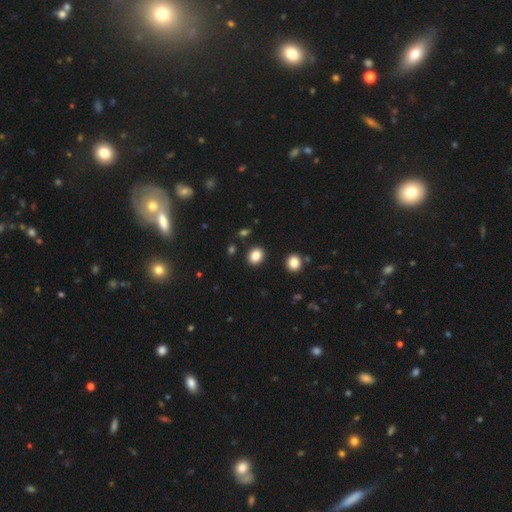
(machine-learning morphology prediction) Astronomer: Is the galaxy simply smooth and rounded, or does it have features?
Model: smooth — 86%.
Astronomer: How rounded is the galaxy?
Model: round — 61% (runner-up: in between, 38%).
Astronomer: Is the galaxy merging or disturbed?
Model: none — 89%.